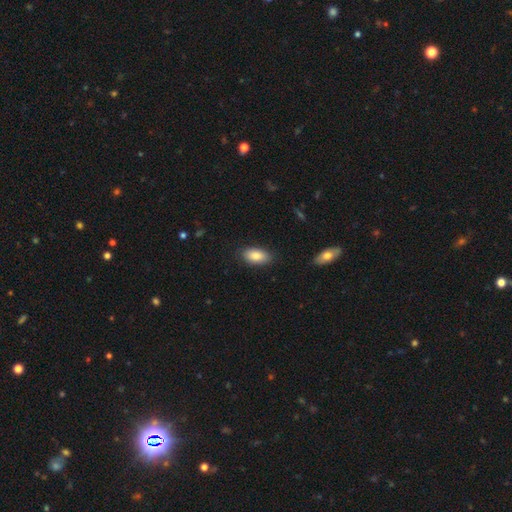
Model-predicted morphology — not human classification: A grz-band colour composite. It shows a smooth galaxy with no disk features (86%) that is in between round and cigar-shaped (92%). Merging: none (83%).